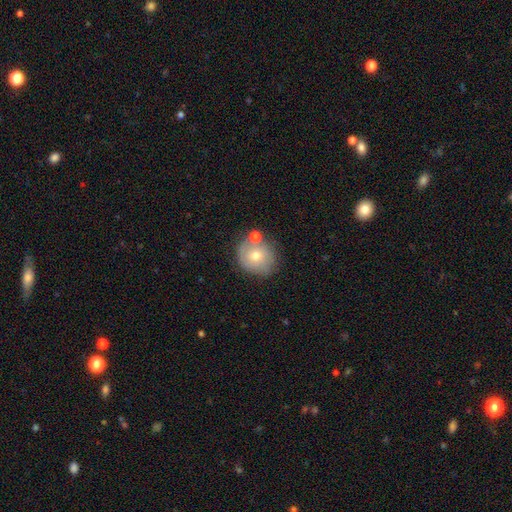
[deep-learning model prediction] The model was most divided on "smooth or featured": smooth: 64%, featured or disk: 26%, star or artifact: 10%. More confident: how rounded — round (82%); merging — none (62%).